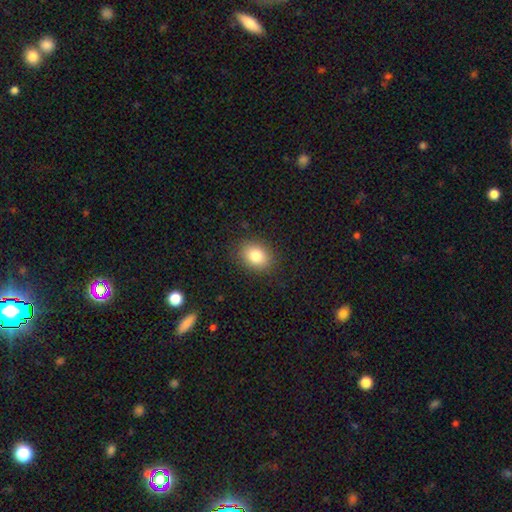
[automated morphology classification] A smooth galaxy with no disk features (82%) that is in between round and cigar-shaped (58%). Merging: none (87%).